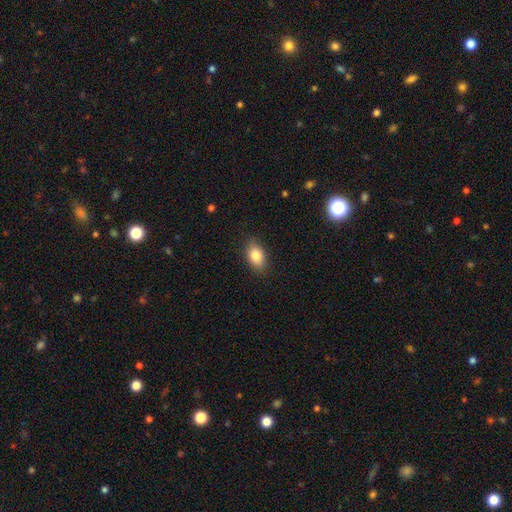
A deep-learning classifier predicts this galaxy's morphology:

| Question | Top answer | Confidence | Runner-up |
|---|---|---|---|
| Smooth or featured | smooth | 83% | featured or disk (9%) |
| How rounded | in between | 86% | round (11%) |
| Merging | none | 86% | minor disturbance (11%) |